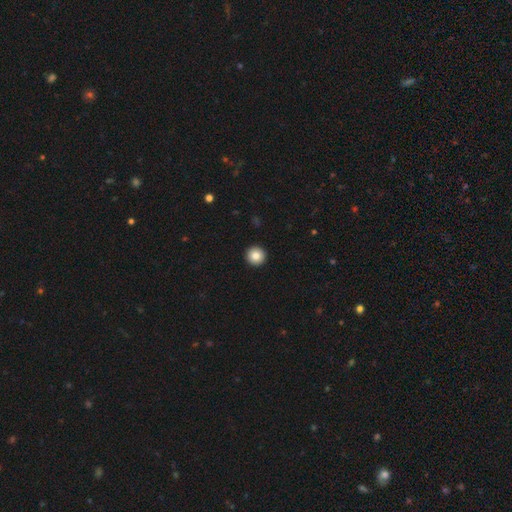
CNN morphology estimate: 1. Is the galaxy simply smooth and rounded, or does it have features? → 85% smooth, 9% star or artifact, 6% featured or disk.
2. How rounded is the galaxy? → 96% round, 3% in between, 1% cigar-shaped.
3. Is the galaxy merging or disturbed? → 94% none, 4% minor disturbance, 1% major disturbance, 1% merger.